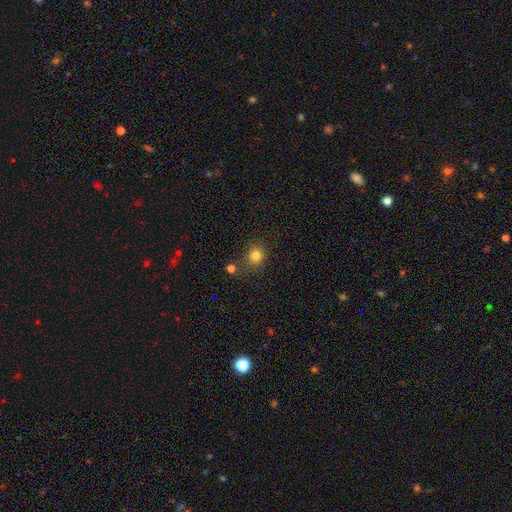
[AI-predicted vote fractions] smooth 81%, star or artifact 14%, featured or disk 5%. Down the decision tree: how rounded — round (85%); merging — none (73%).